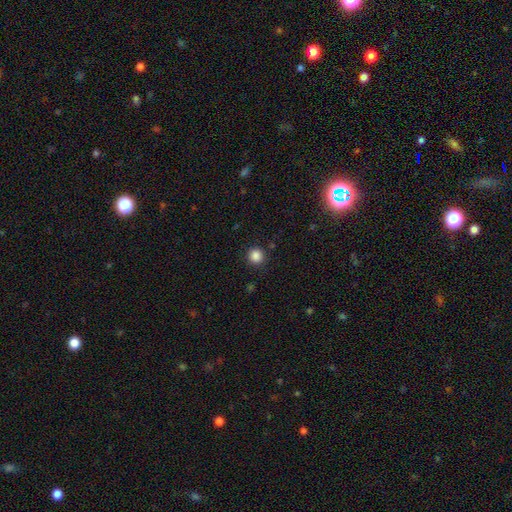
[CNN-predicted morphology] Overall: smooth (86%). How rounded: round (93%). Merging: none (90%).